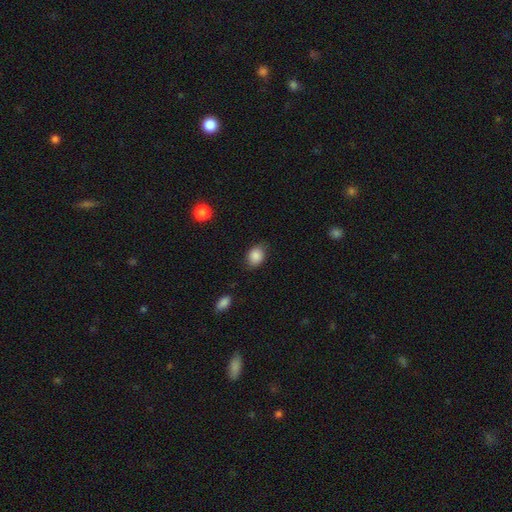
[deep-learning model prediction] smooth-or-featured: smooth: 87% | star or artifact: 8% | featured or disk: 5%
  how-rounded: in between: 60% | round: 39% | cigar-shaped: 1%
  merging: none: 78% | minor disturbance: 17% | major disturbance: 4% | merger: 1%